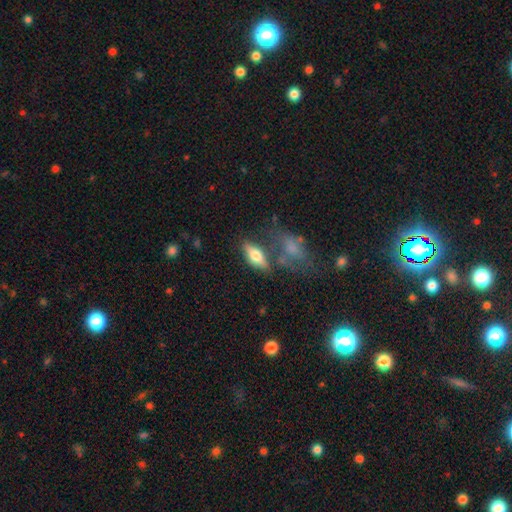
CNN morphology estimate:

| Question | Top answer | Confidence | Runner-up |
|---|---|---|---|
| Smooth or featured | smooth | 60% | featured or disk (32%) |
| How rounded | in between | 71% | cigar-shaped (24%) |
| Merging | none | 62% | minor disturbance (17%) |